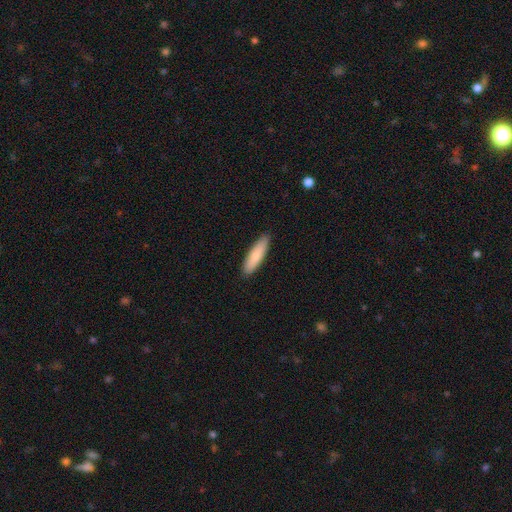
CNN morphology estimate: Smooth or featured? smooth (82%)
How rounded? cigar-shaped (67%)
Merging? none (89%)